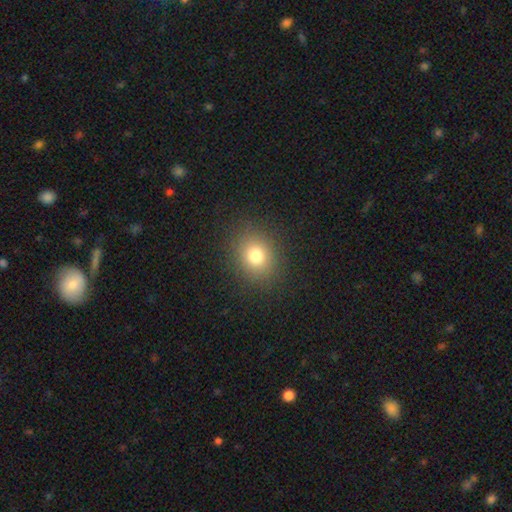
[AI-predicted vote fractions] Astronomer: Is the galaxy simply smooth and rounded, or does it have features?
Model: smooth — 77%.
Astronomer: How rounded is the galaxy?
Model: round — 70%.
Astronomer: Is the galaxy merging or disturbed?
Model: none — 88%.